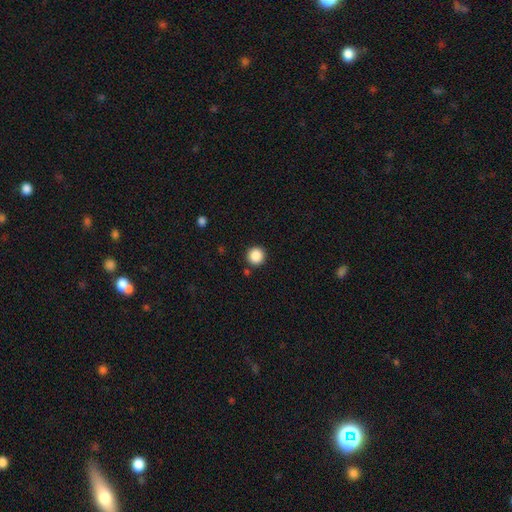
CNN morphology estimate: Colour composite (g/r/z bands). It shows a smooth galaxy with no disk features (87%) that is round (95%). Merging: none (90%).